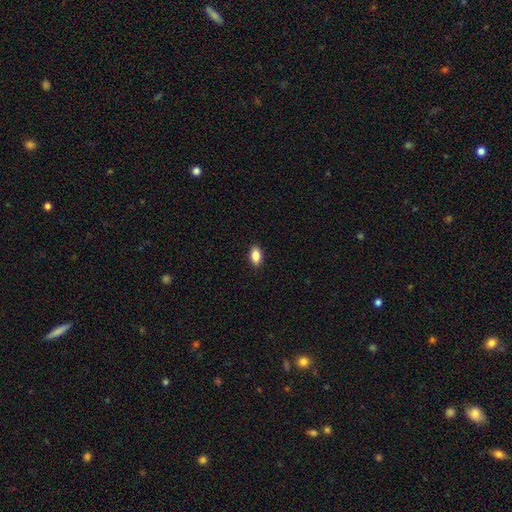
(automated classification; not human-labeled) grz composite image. It shows a smooth galaxy with no disk features (88%) that is in between round and cigar-shaped (90%). Merging: none (90%).